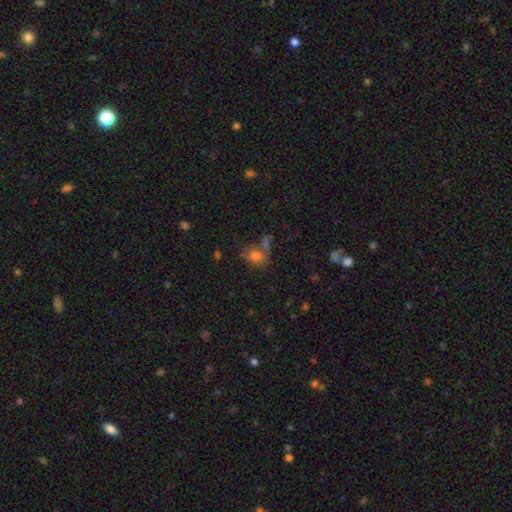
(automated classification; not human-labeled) This is likely a smooth galaxy (74%). How rounded: likely in between (63%). Merging: possibly none (46%).